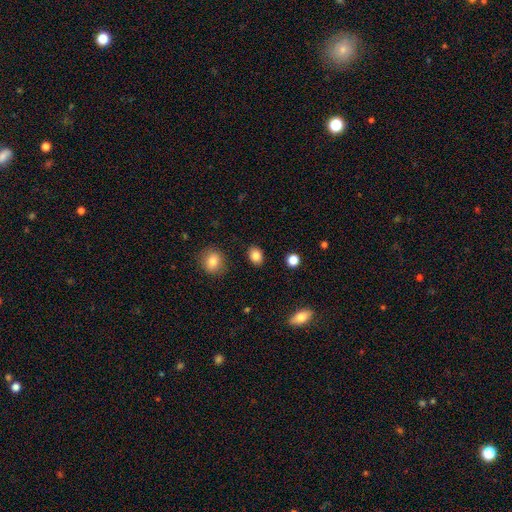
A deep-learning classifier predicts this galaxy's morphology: The model was most divided on "how rounded": in between: 62%, round: 37%, cigar-shaped: 1%. More confident: merging — none (89%); smooth or featured — smooth (85%).